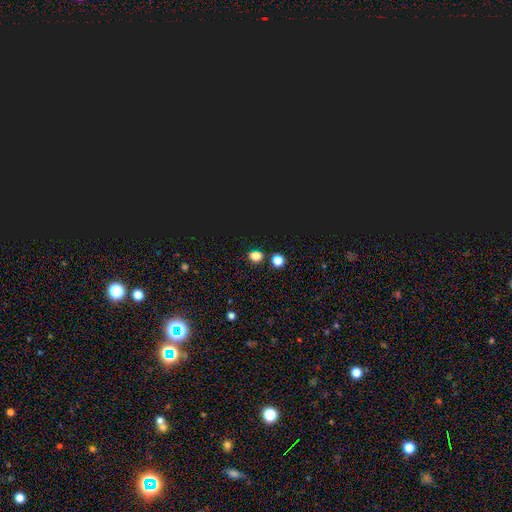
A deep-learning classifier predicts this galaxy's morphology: type=smooth (64%); roundness=round (73%); merging=none (82%).